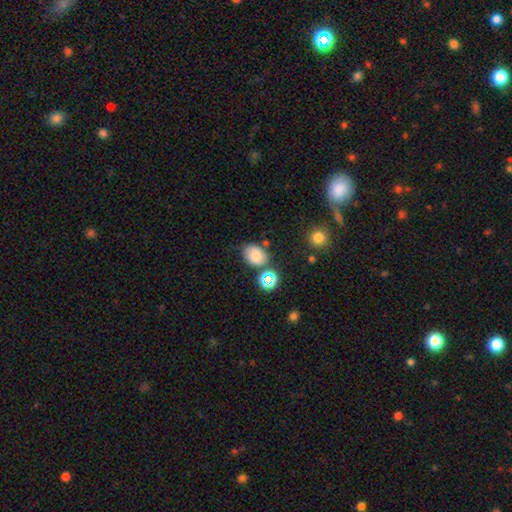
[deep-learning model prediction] A smooth galaxy with no disk features (74%) that is in between round and cigar-shaped (65%). Merging: none (70%).